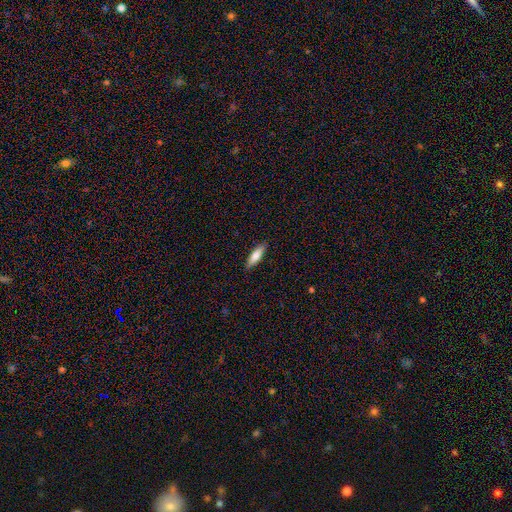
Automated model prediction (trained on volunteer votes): A smooth galaxy with no disk features (76%) that is cigar-shaped (58%).

Vote fractions:
- Smooth or featured? smooth: 76% / featured or disk: 19% / star or artifact: 6%
- How rounded? cigar-shaped: 58% / in between: 41% / round: 2%
- Merging? none: 89% / minor disturbance: 8% / major disturbance: 2% / merger: 1%